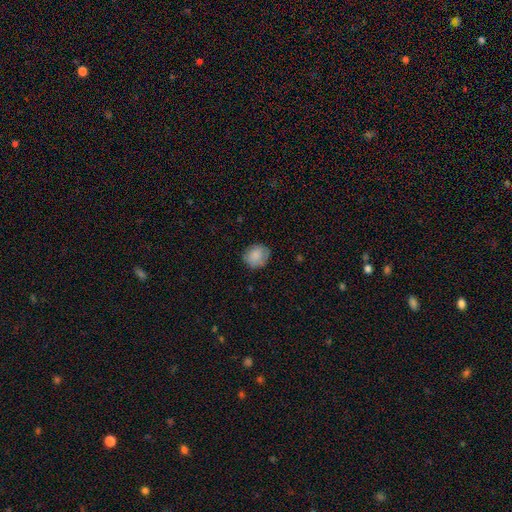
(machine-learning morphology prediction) Q: Smooth or featured?
A: smooth (83%); runner-up: featured or disk (9%)
Q: How rounded?
A: round (75%); runner-up: in between (25%)
Q: Merging?
A: none (78%); runner-up: minor disturbance (17%)